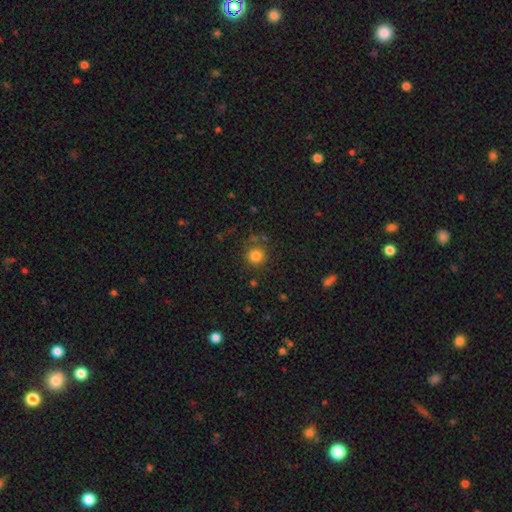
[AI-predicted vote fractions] Q: Smooth or featured?
A: smooth (82%); runner-up: star or artifact (13%)
Q: How rounded?
A: round (93%); runner-up: in between (6%)
Q: Merging?
A: none (83%); runner-up: minor disturbance (9%)